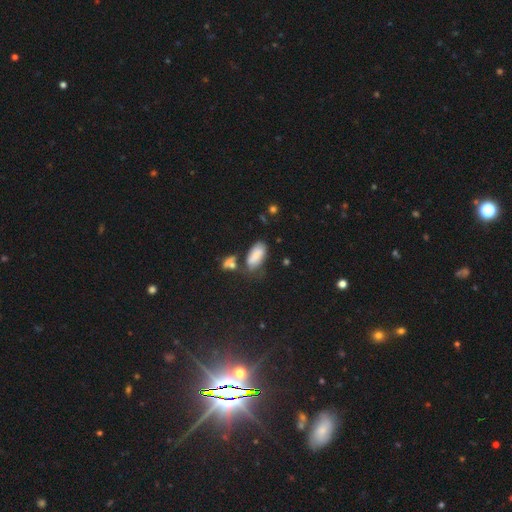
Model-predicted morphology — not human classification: This is likely a smooth galaxy (76%). How rounded: clearly in between (89%). Merging: possibly none (47%).